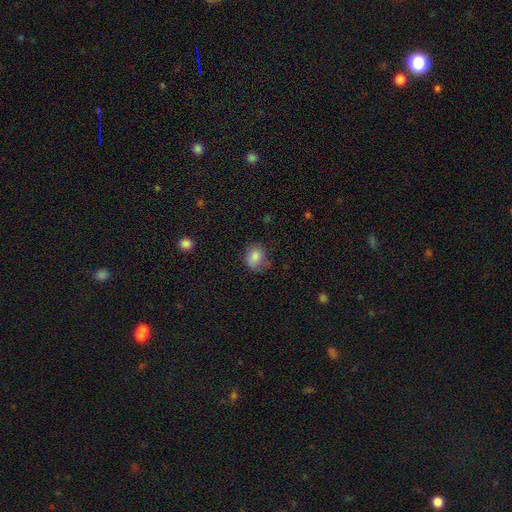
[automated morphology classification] This appears to be a smooth galaxy with no disk features (83%) that is round (62%). Merging: none (63%).